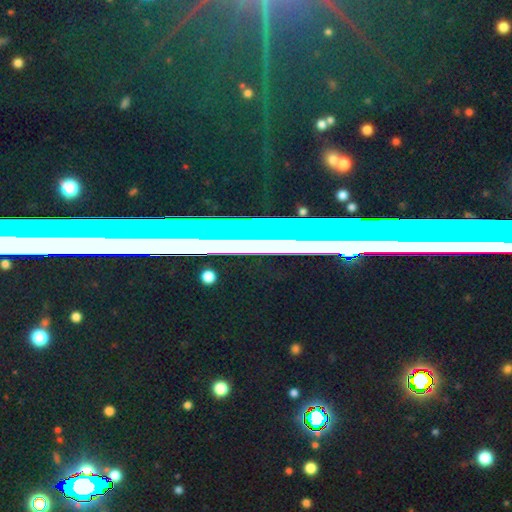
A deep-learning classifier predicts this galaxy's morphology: smooth_or_featured: star or artifact (p=0.64) [alt: featured or disk p=0.20]